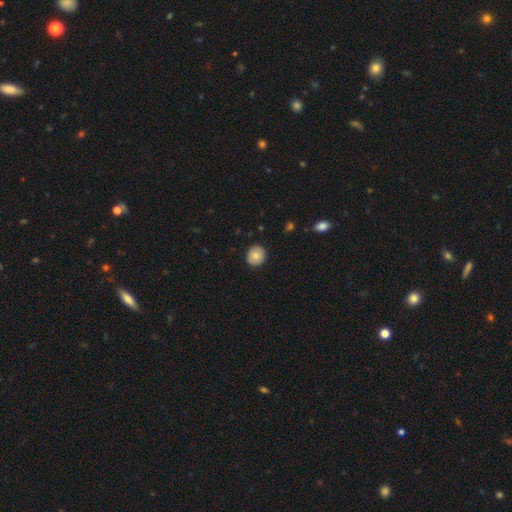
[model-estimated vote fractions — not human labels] Q: Smooth or featured?
A: smooth (84%); runner-up: featured or disk (9%)
Q: How rounded?
A: round (79%); runner-up: in between (20%)
Q: Merging?
A: none (89%); runner-up: minor disturbance (8%)